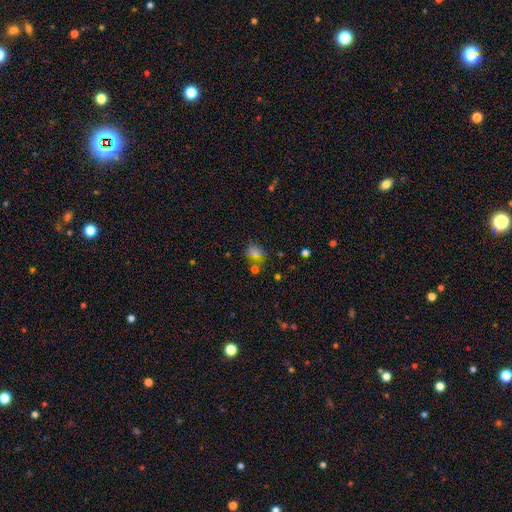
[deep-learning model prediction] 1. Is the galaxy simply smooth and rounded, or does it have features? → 63% smooth, 24% star or artifact, 13% featured or disk.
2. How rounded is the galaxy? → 62% round, 37% in between, 2% cigar-shaped.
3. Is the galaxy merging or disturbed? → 70% none, 14% minor disturbance, 11% merger, 5% major disturbance.